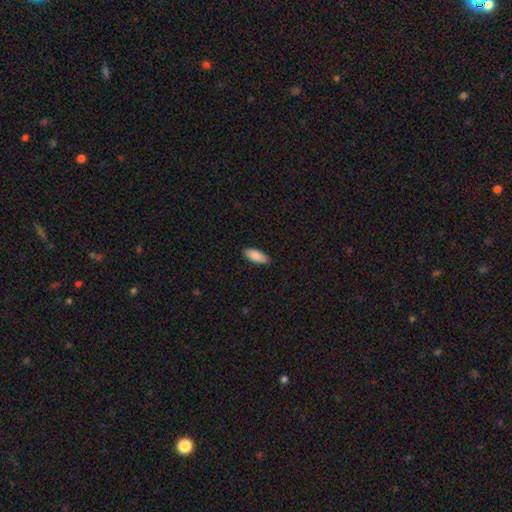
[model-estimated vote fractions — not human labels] A smooth galaxy with no disk features (87%) that is in between round and cigar-shaped (82%).

Vote fractions:
- Smooth or featured? smooth: 87% / featured or disk: 7% / star or artifact: 6%
- How rounded? in between: 82% / cigar-shaped: 17% / round: 2%
- Merging? none: 89% / minor disturbance: 8% / major disturbance: 2% / merger: 1%